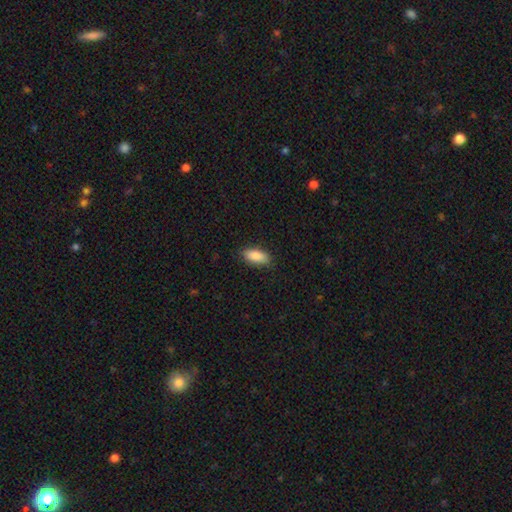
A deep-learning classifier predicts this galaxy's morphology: Smooth or featured? smooth (87%)
How rounded? in between (85%)
Merging? none (86%)